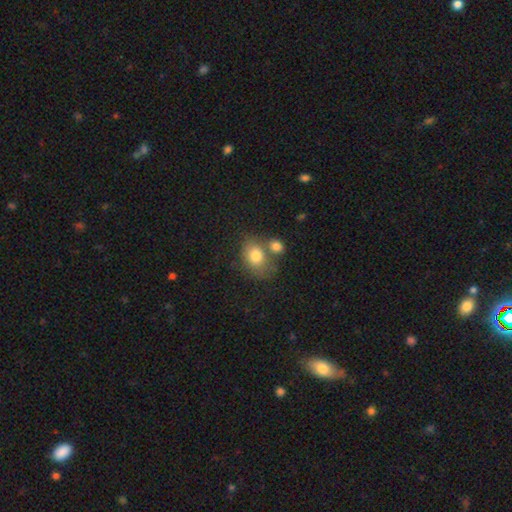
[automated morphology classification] Overall: smooth (78%). How rounded: in between (57%; round 41%). Merging: none (47%; merger 32%).